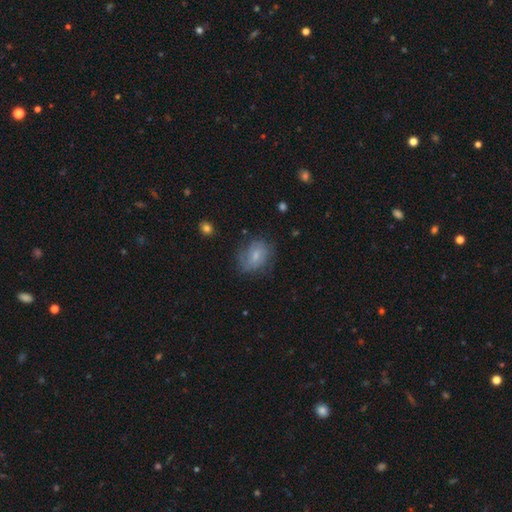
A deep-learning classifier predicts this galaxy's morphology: This is possibly a smooth galaxy (50%). Merging: likely none (61%).